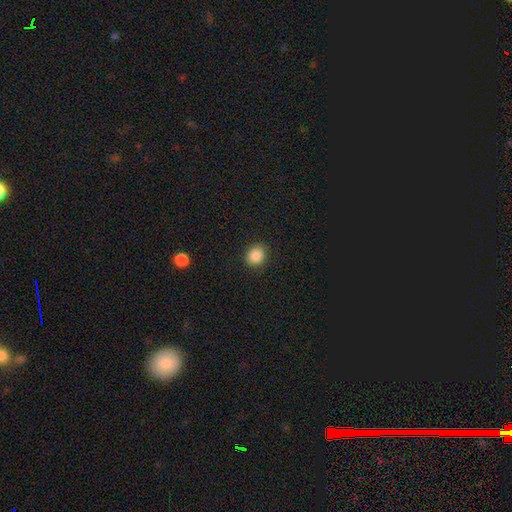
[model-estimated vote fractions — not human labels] Overall: smooth (88%). How rounded: round (71%). Merging: none (88%).